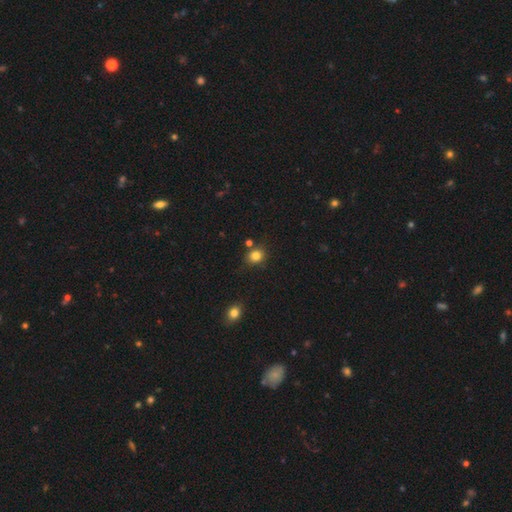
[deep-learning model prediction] A smooth galaxy with no disk features (82%) that is round (70%).

Vote fractions:
- Smooth or featured? smooth: 82% / star or artifact: 12% / featured or disk: 6%
- How rounded? round: 70% / in between: 29% / cigar-shaped: 1%
- Merging? none: 76% / minor disturbance: 14% / merger: 7% / major disturbance: 3%